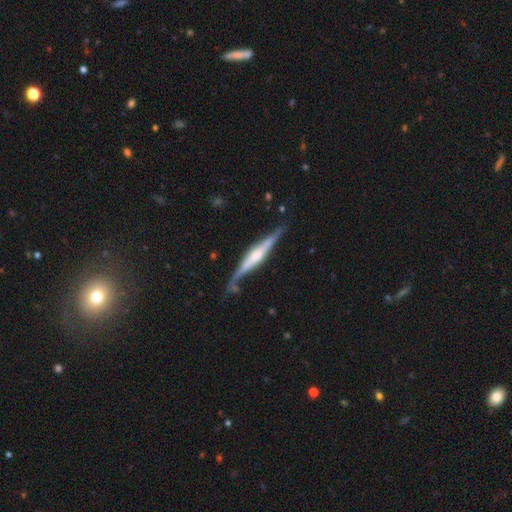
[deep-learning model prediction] This is likely a featured or disk galaxy (77%). It is clearly viewed edge-on (94%). Edge-on bulge: likely rounded (66%). Merging: likely none (69%).